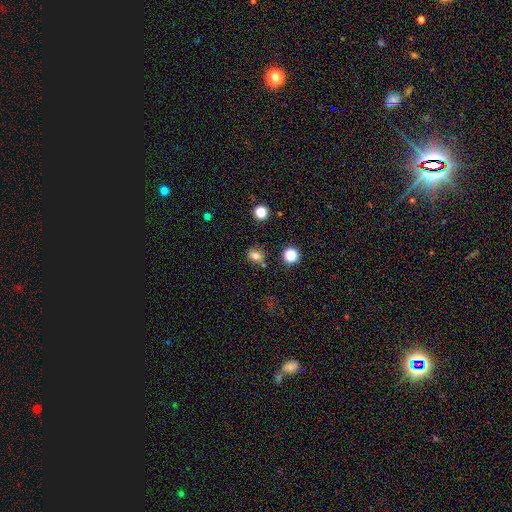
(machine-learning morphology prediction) smooth-or-featured: smooth: 77% | star or artifact: 15% | featured or disk: 8%
  how-rounded: in between: 50% | round: 49% | cigar-shaped: 1%
  merging: none: 80% | minor disturbance: 11% | merger: 6% | major disturbance: 3%